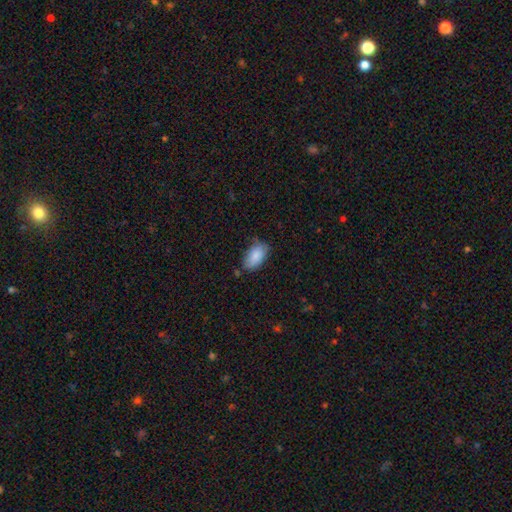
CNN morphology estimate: smooth-or-featured: smooth: 87% | star or artifact: 6% | featured or disk: 6%
  how-rounded: in between: 94% | round: 3% | cigar-shaped: 3%
  merging: none: 70% | minor disturbance: 23% | major disturbance: 4% | merger: 3%